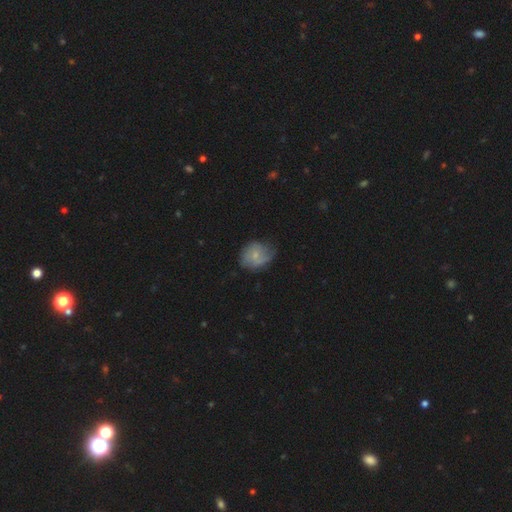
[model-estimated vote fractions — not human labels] Smooth or featured? smooth (53%)
How rounded? round (58%)
Merging? none (48%)